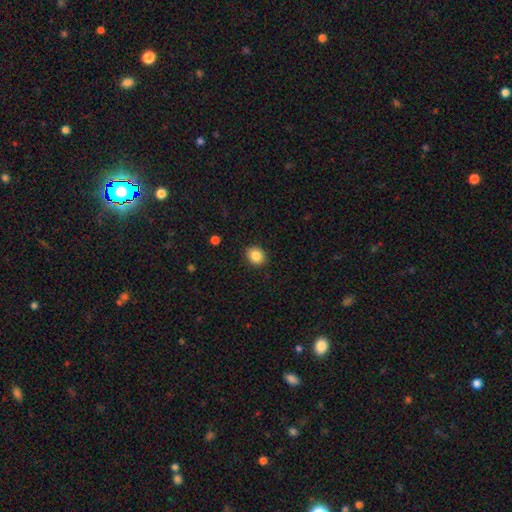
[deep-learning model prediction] This is clearly a smooth galaxy (86%). How rounded: likely round (69%). Merging: clearly none (90%).